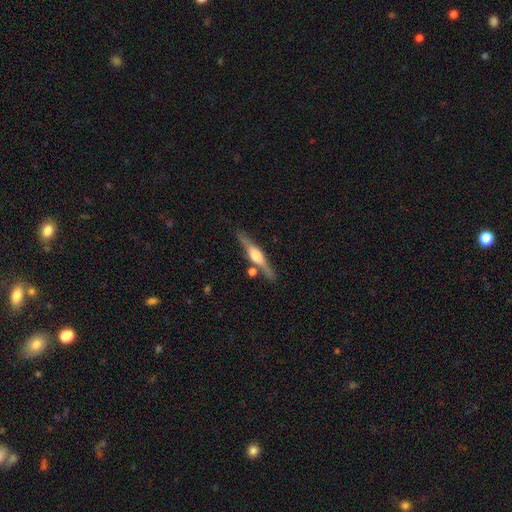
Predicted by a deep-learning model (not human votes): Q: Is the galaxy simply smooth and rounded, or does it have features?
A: featured or disk — 73%.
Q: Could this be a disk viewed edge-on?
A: yes — 97%.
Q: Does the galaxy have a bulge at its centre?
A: rounded — 84%.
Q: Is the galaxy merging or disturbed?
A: none — 81%.